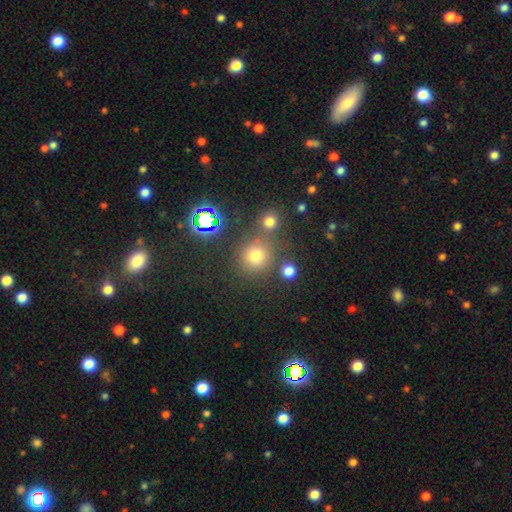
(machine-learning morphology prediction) smooth_or_featured: smooth (p=0.66) [alt: star or artifact p=0.26]
how_rounded: round (p=0.89) [alt: in between p=0.10]
merging: none (p=0.71) [alt: merger p=0.15]